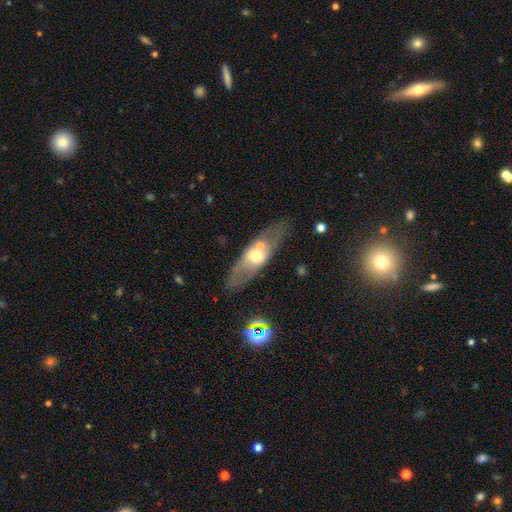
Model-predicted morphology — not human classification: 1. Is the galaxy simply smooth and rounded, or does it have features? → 54% featured or disk, 39% smooth, 7% star or artifact.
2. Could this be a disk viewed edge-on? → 66% no, 34% yes.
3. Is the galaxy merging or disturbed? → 70% none, 14% minor disturbance, 10% merger, 5% major disturbance.